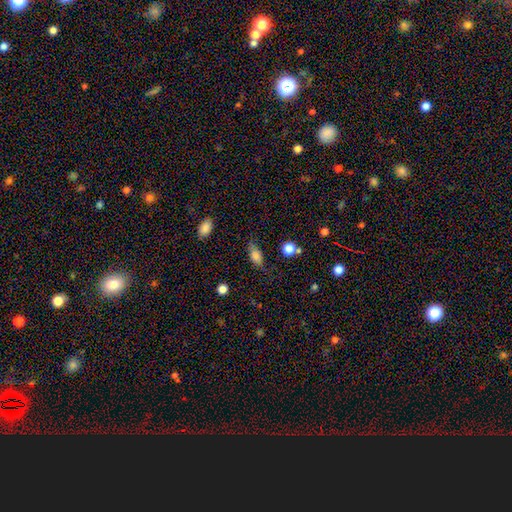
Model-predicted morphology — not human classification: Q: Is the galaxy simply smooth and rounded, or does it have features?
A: smooth — 77%.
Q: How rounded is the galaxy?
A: in between — 81%.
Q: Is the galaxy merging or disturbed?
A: none — 61%.